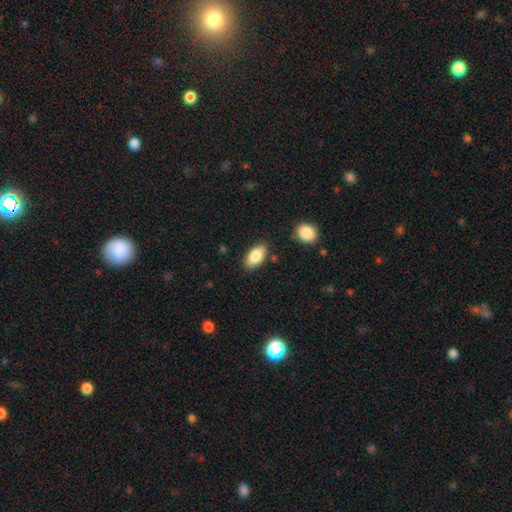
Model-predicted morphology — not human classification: type=smooth (84%); roundness=in between (92%); merging=none (81%).